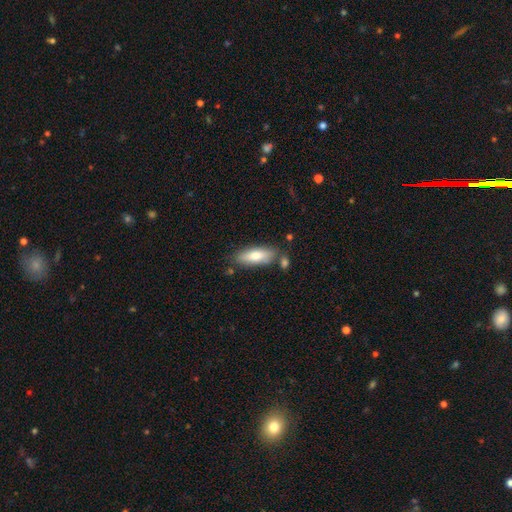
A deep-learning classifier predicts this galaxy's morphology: Q: Smooth or featured?
A: smooth (74%); runner-up: featured or disk (20%)
Q: How rounded?
A: in between (65%); runner-up: cigar-shaped (33%)
Q: Merging?
A: none (75%); runner-up: minor disturbance (15%)